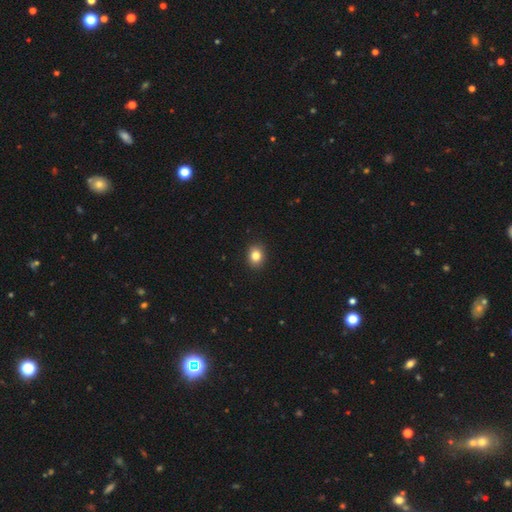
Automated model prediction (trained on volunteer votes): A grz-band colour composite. It shows a smooth galaxy with no disk features (84%) that is round (59%). Merging: none (91%).